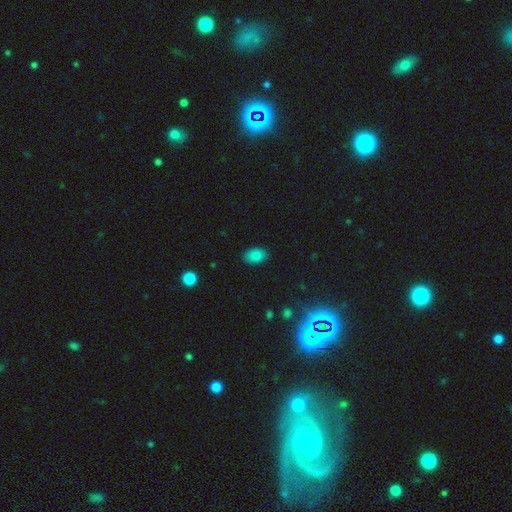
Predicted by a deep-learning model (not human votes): Smooth or featured? smooth (84%)
How rounded? in between (86%)
Merging? none (87%)